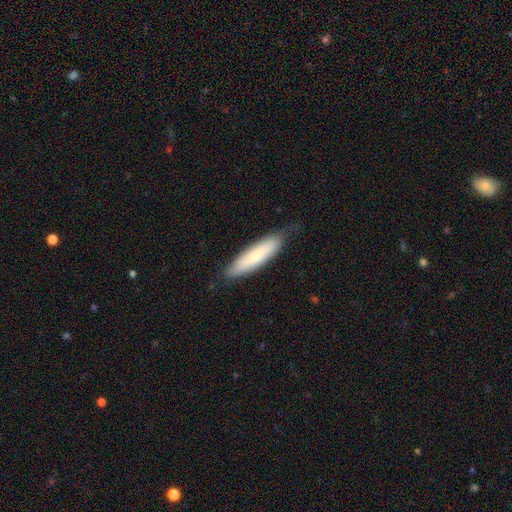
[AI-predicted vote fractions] Smooth or featured? smooth (69%)
How rounded? cigar-shaped (71%)
Merging? none (75%)